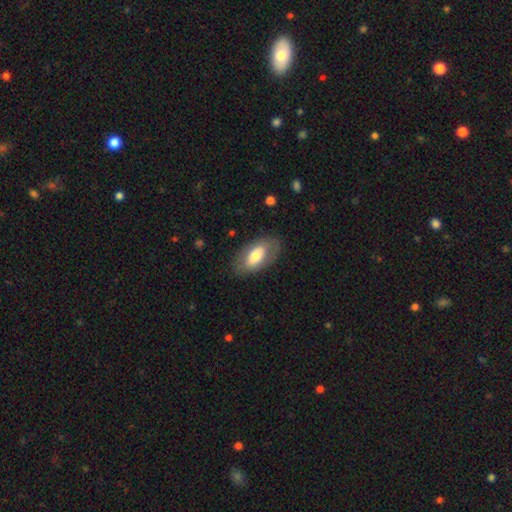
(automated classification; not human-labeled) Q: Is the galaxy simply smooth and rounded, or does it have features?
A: smooth — 66%.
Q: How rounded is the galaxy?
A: in between — 91%.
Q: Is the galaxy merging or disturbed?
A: none — 81%.